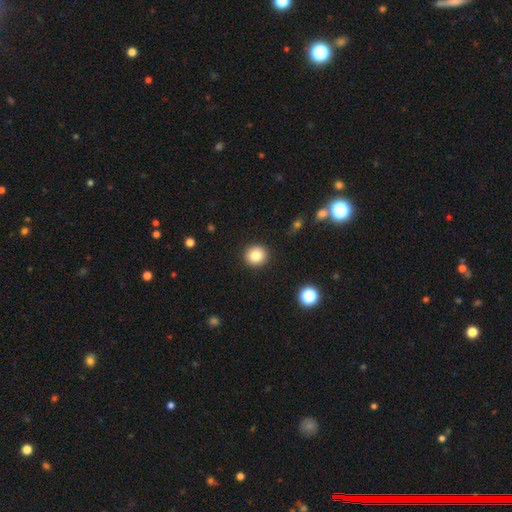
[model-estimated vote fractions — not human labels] Morphology: type=smooth (82%); roundness=round (92%); merging=none (92%).